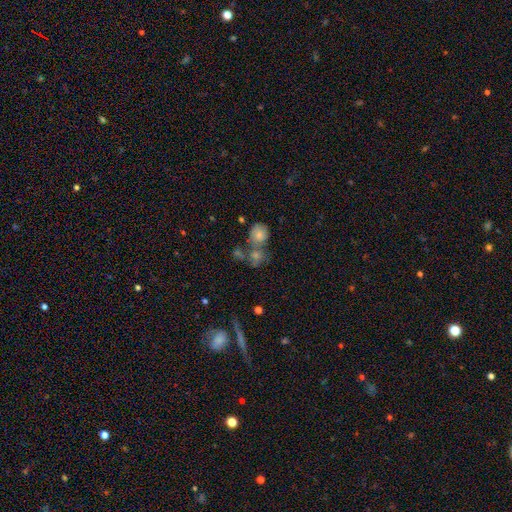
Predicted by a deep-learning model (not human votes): The model was most divided on "merging": none: 50%, merger: 33%, minor disturbance: 11%, major disturbance: 6%. More confident: how rounded — round (78%); smooth or featured — smooth (52%).